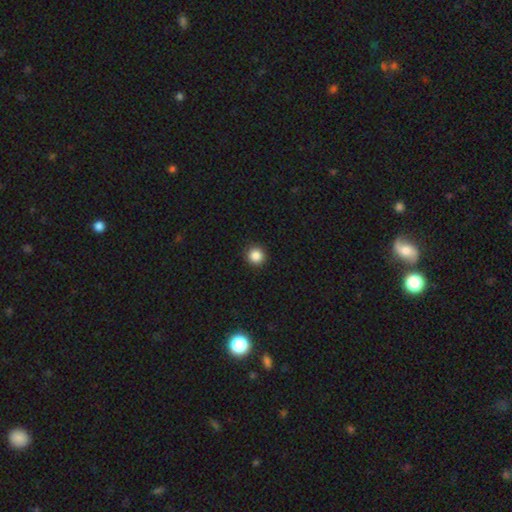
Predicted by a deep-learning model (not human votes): smooth-or-featured: smooth: 86% | star or artifact: 11% | featured or disk: 3%
  how-rounded: round: 95% | in between: 4% | cigar-shaped: 1%
  merging: none: 93% | minor disturbance: 5% | major disturbance: 2% | merger: 1%